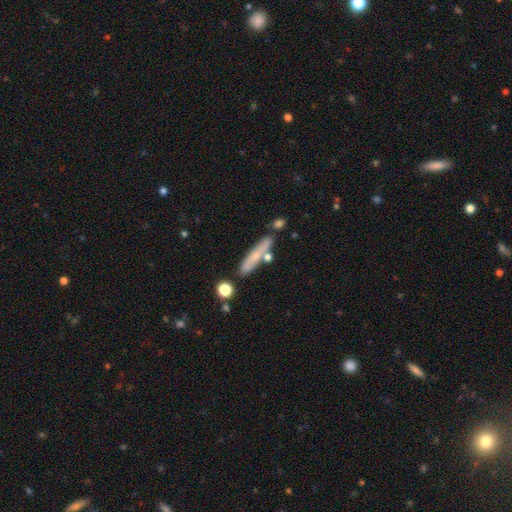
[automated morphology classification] Smooth or featured?
  - smooth: 58% *
  - featured or disk: 34%
  - star or artifact: 8%
How rounded?
  - cigar-shaped: 88% *
  - in between: 10%
  - round: 2%
Merging?
  - none: 73% *
  - minor disturbance: 14%
  - merger: 9%
  - major disturbance: 4%